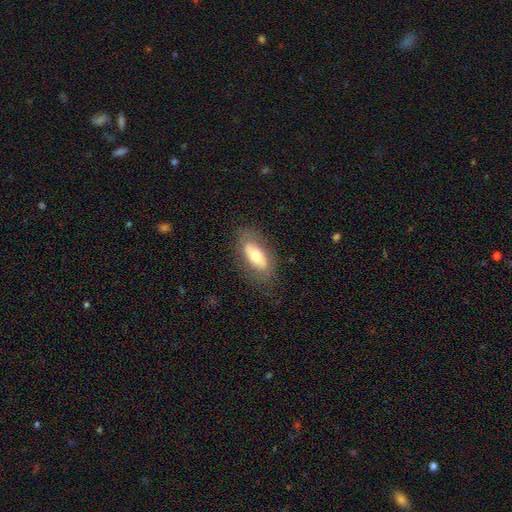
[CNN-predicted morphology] smooth 56%, featured or disk 38%, star or artifact 7%. Down the decision tree: how rounded — in between (85%); merging — none (77%).